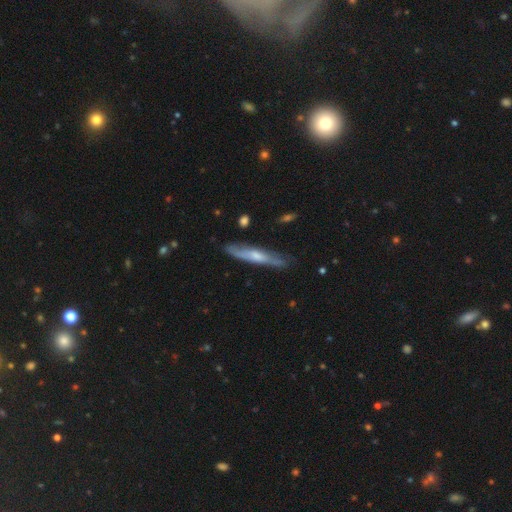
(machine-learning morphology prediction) Overall: featured or disk (57%; smooth 37%). Edge-on disk: yes (80%). Merging: none (79%).